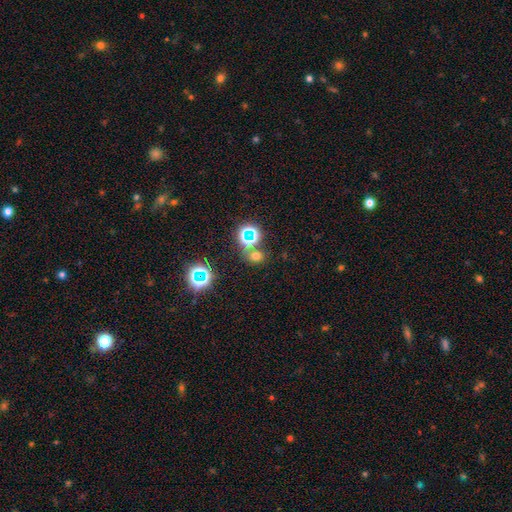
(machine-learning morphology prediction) type=smooth (56%); roundness=round (71%); merging=none (65%).